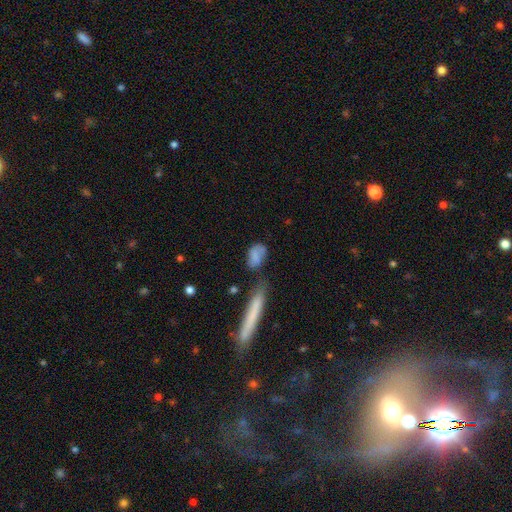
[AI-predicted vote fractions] Overall: smooth (71%). How rounded: in between (76%). Merging: none (43%; minor disturbance 26%).